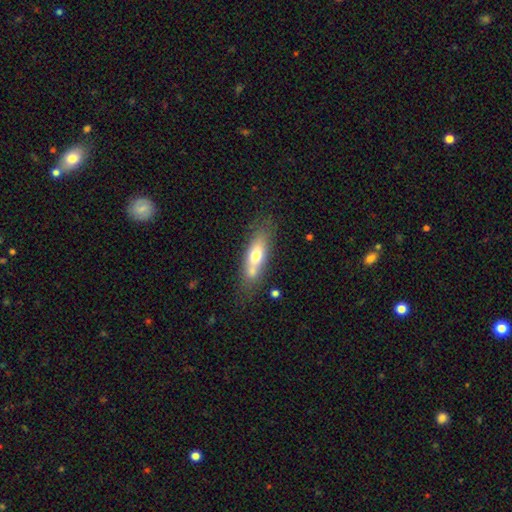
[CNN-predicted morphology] A smooth galaxy with no disk features (61%) that is in between round and cigar-shaped (58%).

Vote fractions:
- Smooth or featured? smooth: 61% / featured or disk: 31% / star or artifact: 8%
- How rounded? in between: 58% / cigar-shaped: 38% / round: 4%
- Merging? none: 55% / merger: 23% / minor disturbance: 16% / major disturbance: 6%